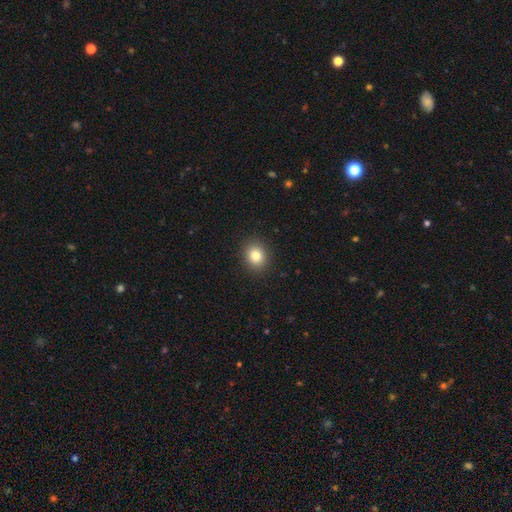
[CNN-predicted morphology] smooth 82%, star or artifact 11%, featured or disk 7%. Down the decision tree: how rounded — round (67%); merging — none (90%).